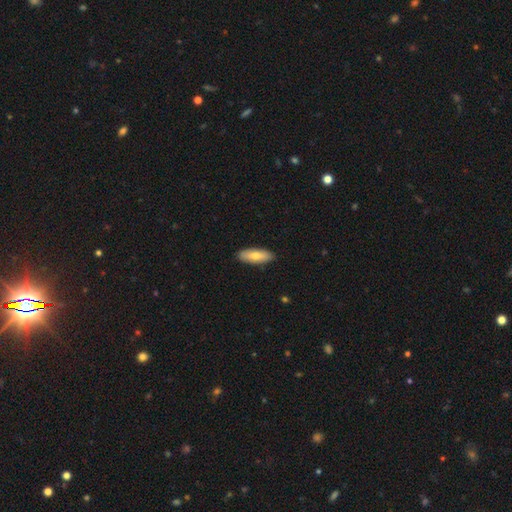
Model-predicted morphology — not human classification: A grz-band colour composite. It shows a smooth galaxy with no disk features (72%) that is in between round and cigar-shaped (63%). Merging: none (89%).